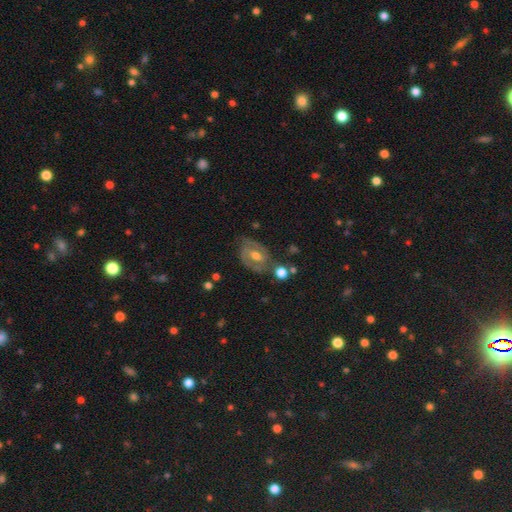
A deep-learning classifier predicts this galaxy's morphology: type=featured or disk (71%); edge-on=no (95%); bar=weak (45%); spiral arms=yes (78%); winding=tight (44%); arm count=2 (73%); bulge=moderate (70%); merging=none (66%).